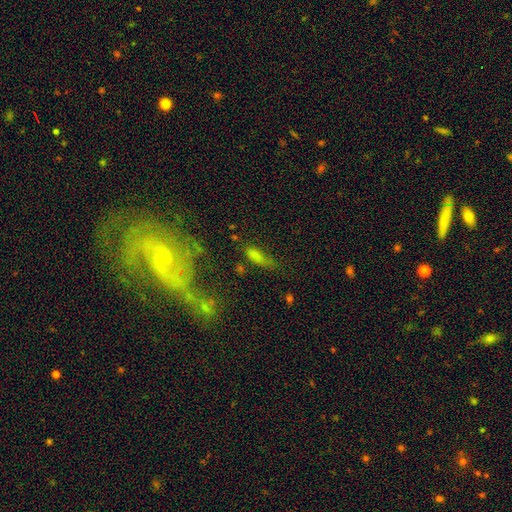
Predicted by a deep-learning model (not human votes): smooth 71%, star or artifact 17%, featured or disk 13%. Down the decision tree: how rounded — in between (53%); merging — none (49%).